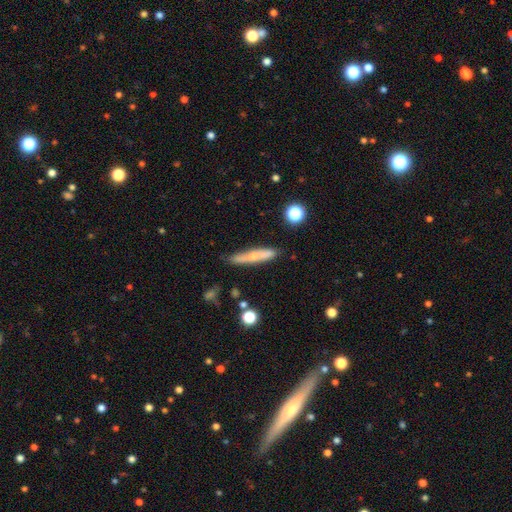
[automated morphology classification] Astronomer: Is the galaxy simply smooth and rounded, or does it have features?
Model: smooth — 54% (runner-up: featured or disk, 39%).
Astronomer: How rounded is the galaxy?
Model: cigar-shaped — 90%.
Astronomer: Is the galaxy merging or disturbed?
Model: none — 79%.